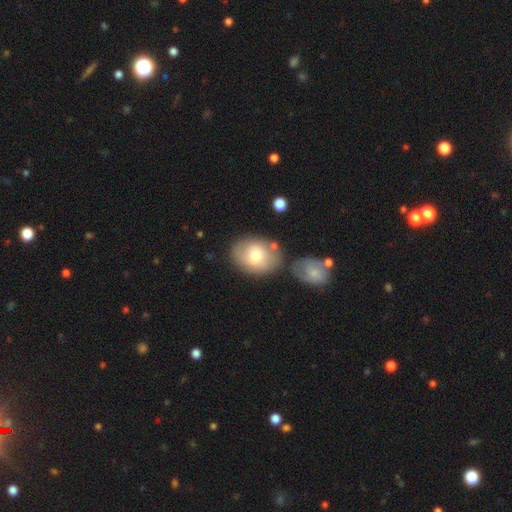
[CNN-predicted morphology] Q: Smooth or featured?
A: smooth (69%); runner-up: featured or disk (24%)
Q: How rounded?
A: in between (64%); runner-up: round (35%)
Q: Merging?
A: none (63%); runner-up: minor disturbance (17%)